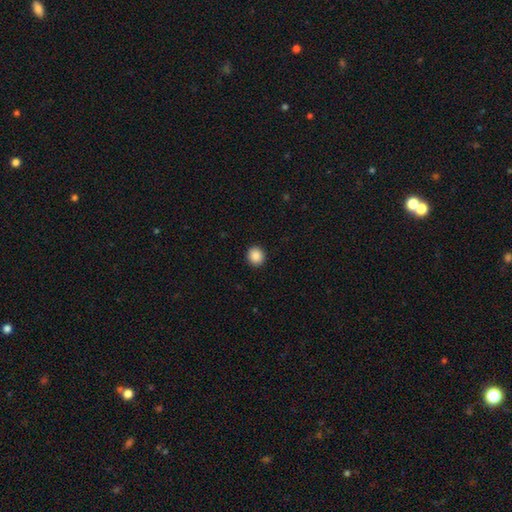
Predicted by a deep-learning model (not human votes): The model was most divided on "how rounded": round: 88%, in between: 11%, cigar-shaped: 1%. More confident: merging — none (93%); smooth or featured — smooth (88%).